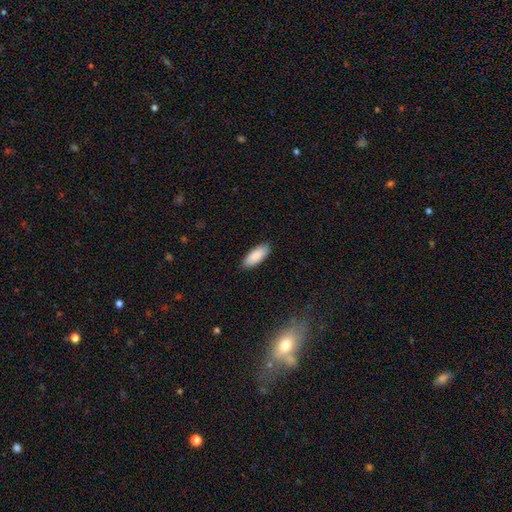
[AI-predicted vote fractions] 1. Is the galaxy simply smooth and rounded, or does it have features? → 90% smooth, 6% star or artifact, 4% featured or disk.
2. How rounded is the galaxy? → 80% in between, 18% cigar-shaped, 2% round.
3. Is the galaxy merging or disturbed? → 89% none, 8% minor disturbance, 2% major disturbance, 1% merger.